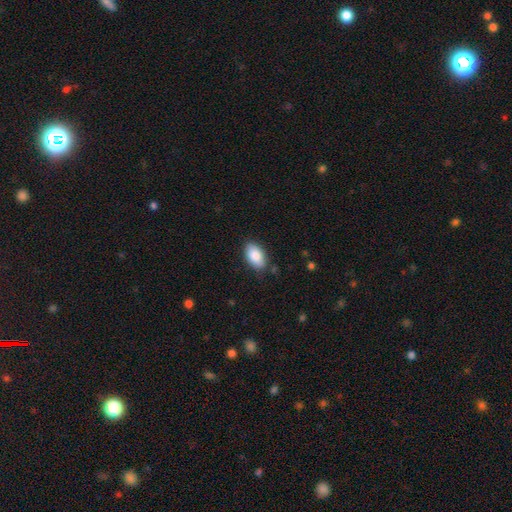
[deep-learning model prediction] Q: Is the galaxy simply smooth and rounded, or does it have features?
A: smooth — 86%.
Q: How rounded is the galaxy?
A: in between — 93%.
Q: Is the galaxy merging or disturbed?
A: none — 83%.